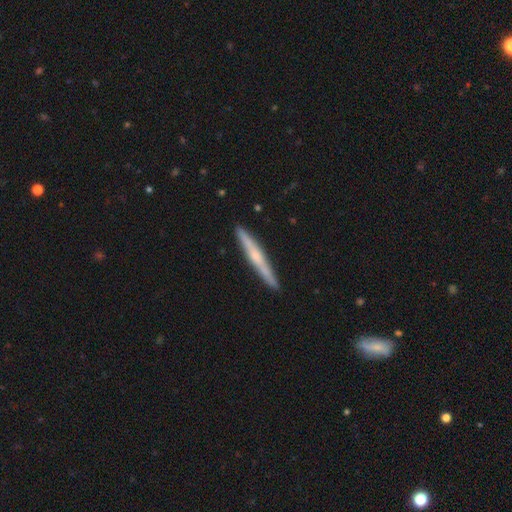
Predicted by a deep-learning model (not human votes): Morphology: type=featured or disk (58%); edge-on=yes (97%); edge-on bulge=rounded (56%); merging=none (91%).